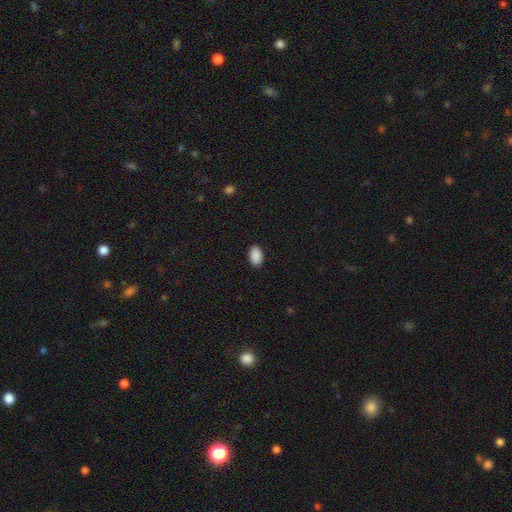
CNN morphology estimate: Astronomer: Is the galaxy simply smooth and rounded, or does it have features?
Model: smooth — 90%.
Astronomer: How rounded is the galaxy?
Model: in between — 92%.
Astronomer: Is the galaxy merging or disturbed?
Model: none — 90%.